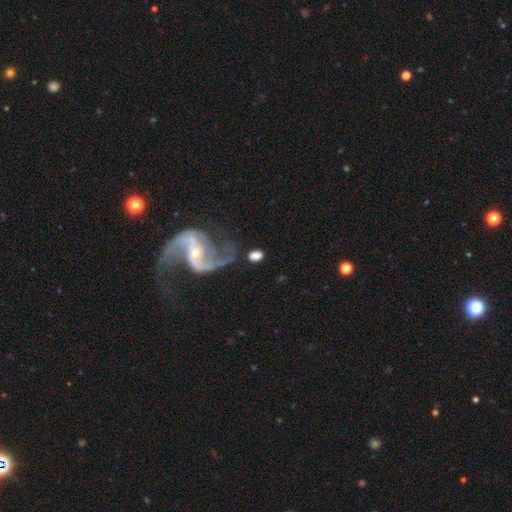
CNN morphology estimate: This is possibly a smooth galaxy (55%). How rounded: likely in between (75%). Merging: possibly none (60%).